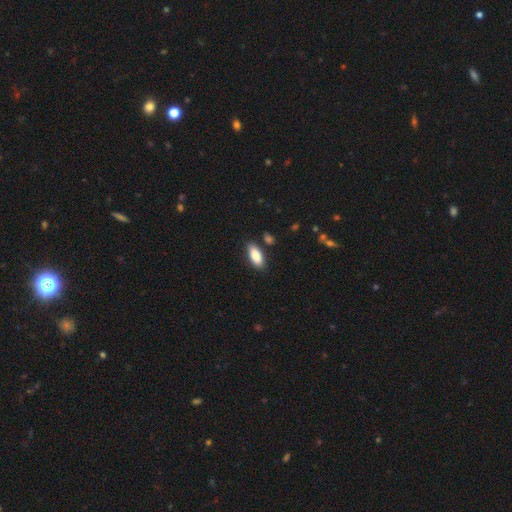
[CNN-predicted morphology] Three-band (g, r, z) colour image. It shows a smooth galaxy with no disk features (87%) that is in between round and cigar-shaped (83%). Merging: none (83%).